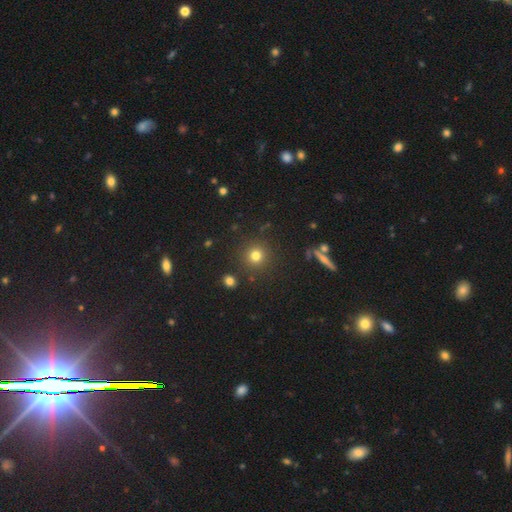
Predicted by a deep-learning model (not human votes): The model was most divided on "smooth or featured": smooth: 77%, star or artifact: 16%, featured or disk: 7%. More confident: how rounded — round (93%); merging — none (88%).